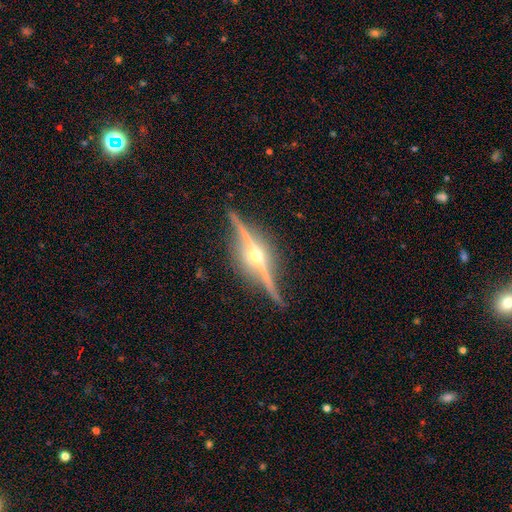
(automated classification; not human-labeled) Smooth or featured? featured or disk (90%)
Edge-on disk? yes (97%)
Edge-on bulge? rounded (94%)
Merging? none (86%)